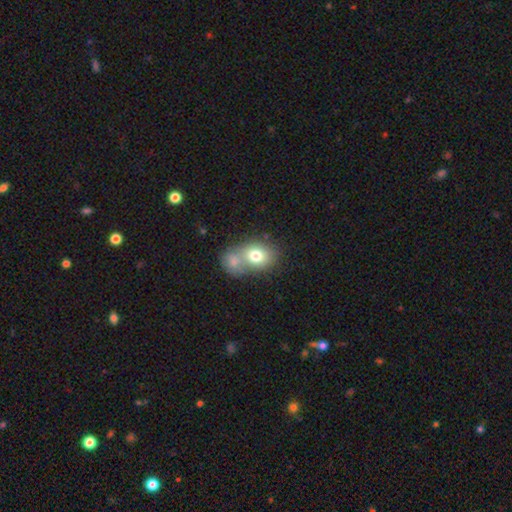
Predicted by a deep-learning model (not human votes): This appears to be a smooth galaxy with no disk features (74%) that is in between round and cigar-shaped (55%). Merging: merger (54%).